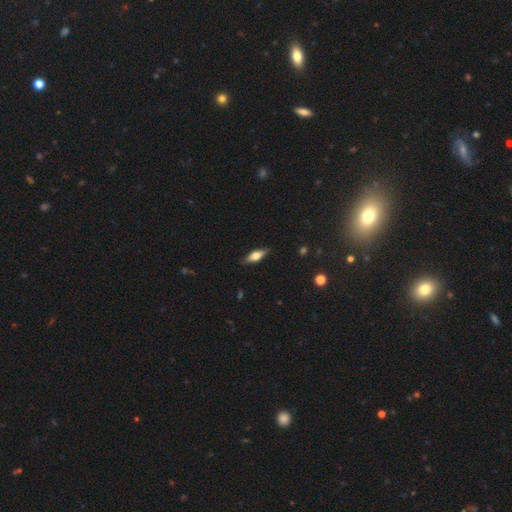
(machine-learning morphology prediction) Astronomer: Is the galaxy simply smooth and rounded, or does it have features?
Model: smooth — 59%.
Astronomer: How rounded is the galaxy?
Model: in between — 62%.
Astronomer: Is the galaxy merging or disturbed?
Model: none — 86%.